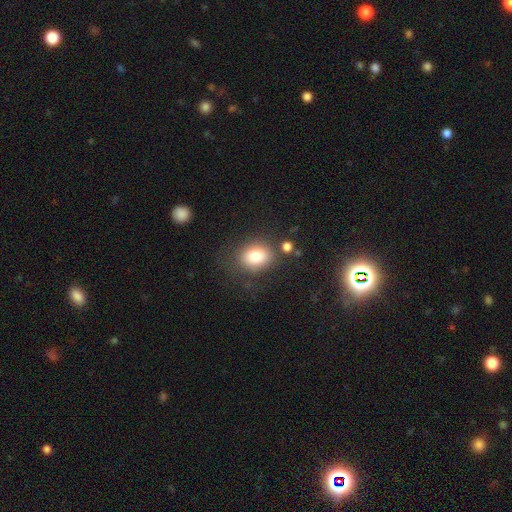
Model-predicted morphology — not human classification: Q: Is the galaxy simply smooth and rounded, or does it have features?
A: smooth — 80%.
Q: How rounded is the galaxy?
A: round — 51%.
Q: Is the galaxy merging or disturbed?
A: none — 73%.